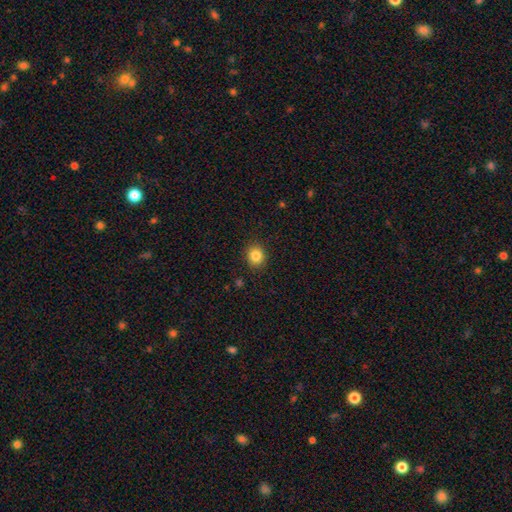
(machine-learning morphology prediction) Smooth or featured: smooth — 84% (star or artifact — 10%)
How rounded: round — 79% (in between — 20%)
Merging: none — 90% (minor disturbance — 7%)